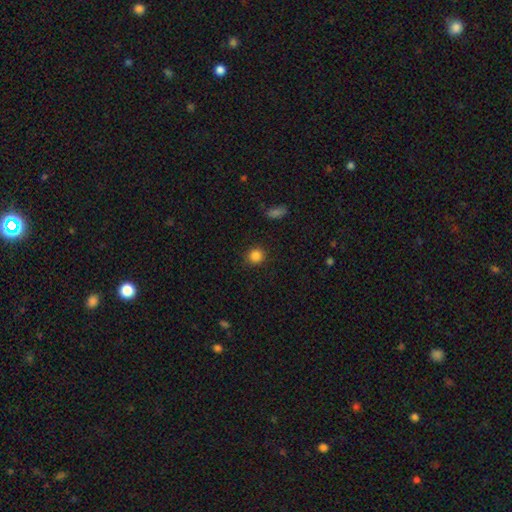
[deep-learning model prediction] smooth 86%, star or artifact 11%, featured or disk 3%. Down the decision tree: how rounded — round (91%); merging — none (89%).